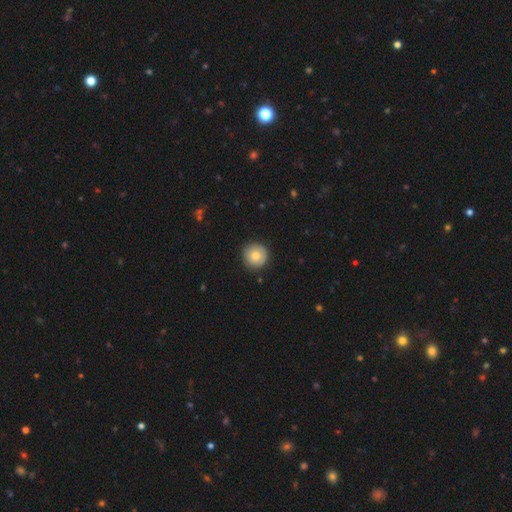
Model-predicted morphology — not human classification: Smooth or featured: smooth — 79% (featured or disk — 13%)
How rounded: round — 95% (in between — 4%)
Merging: none — 89% (minor disturbance — 9%)